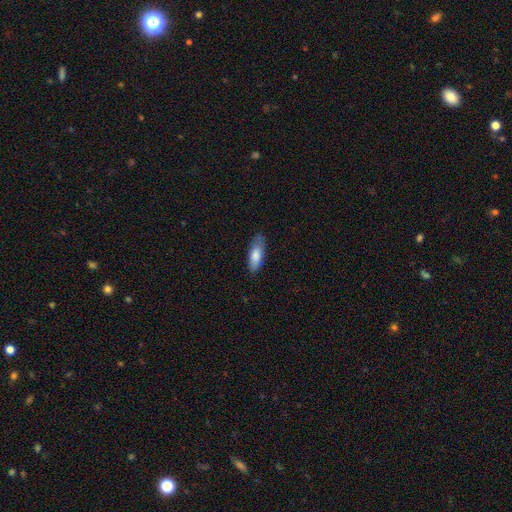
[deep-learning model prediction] smooth 80%, featured or disk 14%, star or artifact 6%. Down the decision tree: how rounded — in between (64%); merging — none (77%).